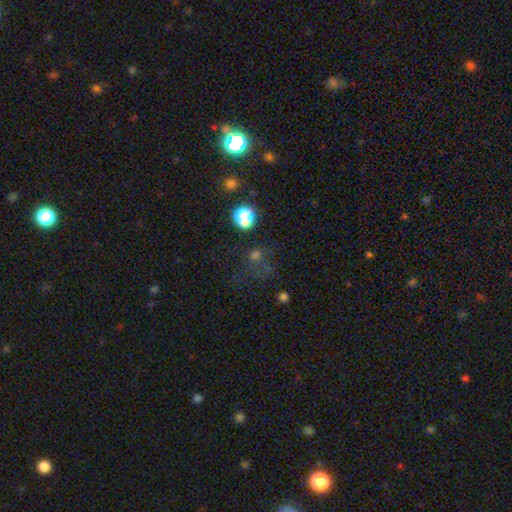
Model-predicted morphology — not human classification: This appears to be a smooth galaxy with no disk features (49%). Merging: none (55%).